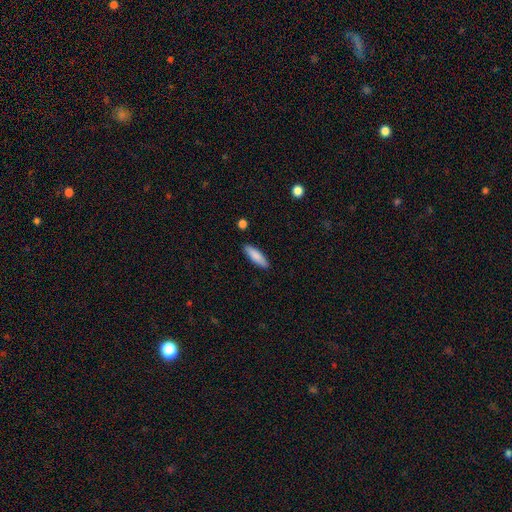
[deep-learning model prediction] smooth 84%, featured or disk 10%, star or artifact 6%. Down the decision tree: how rounded — cigar-shaped (61%); merging — none (88%).